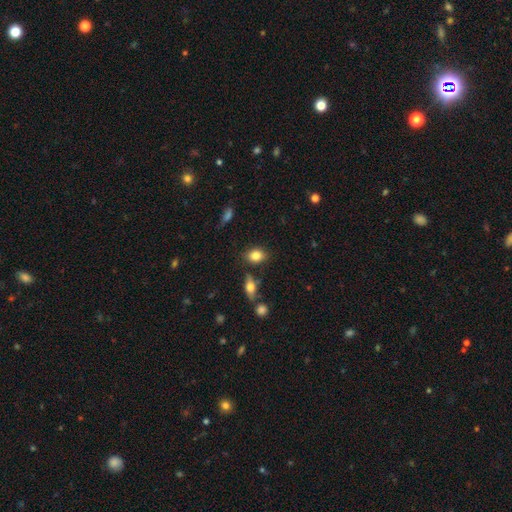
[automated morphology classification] type=smooth (82%); roundness=in between (73%); merging=none (79%).